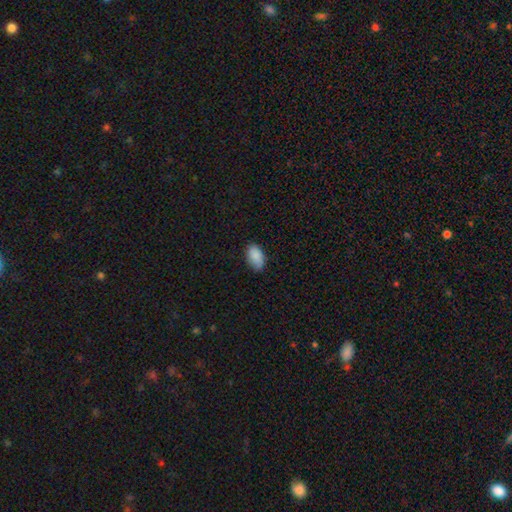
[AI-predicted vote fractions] Q: Smooth or featured?
A: smooth (88%); runner-up: star or artifact (7%)
Q: How rounded?
A: in between (93%); runner-up: round (5%)
Q: Merging?
A: none (75%); runner-up: minor disturbance (21%)